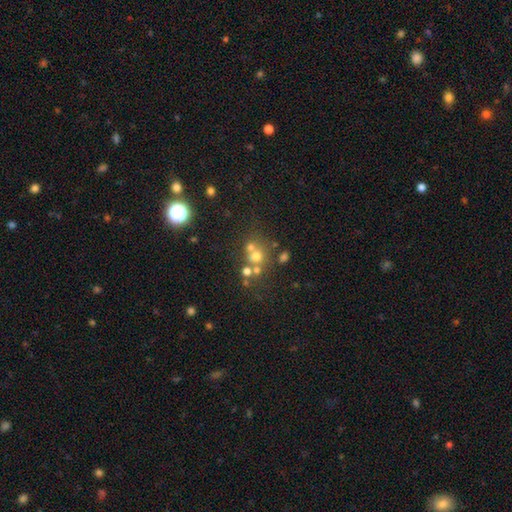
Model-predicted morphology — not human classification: A smooth galaxy with no disk features (51%) that is round (83%). Merging: none (49%).